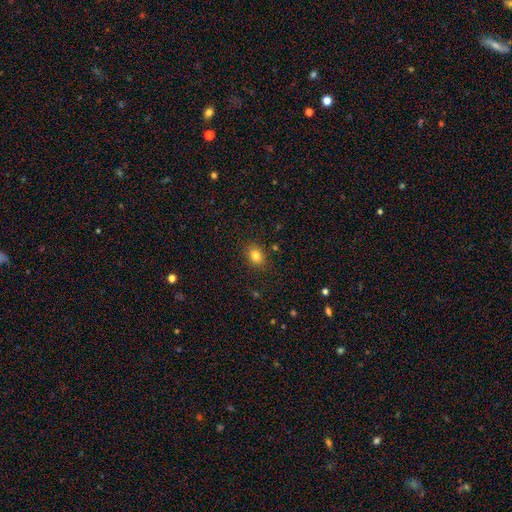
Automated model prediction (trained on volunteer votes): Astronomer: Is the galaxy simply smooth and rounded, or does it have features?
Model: smooth — 82%.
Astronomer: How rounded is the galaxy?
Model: in between — 63%.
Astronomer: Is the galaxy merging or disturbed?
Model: none — 86%.